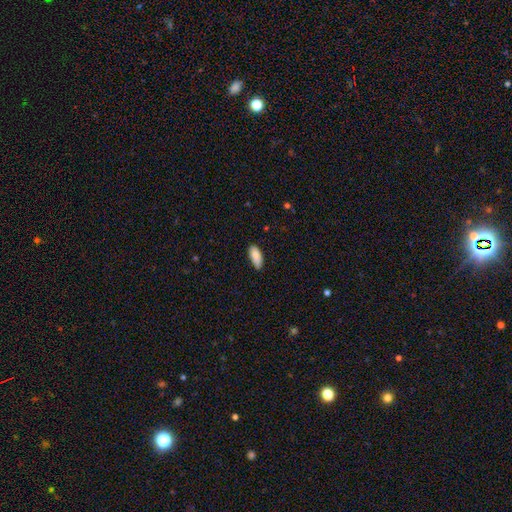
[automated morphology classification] Smooth or featured? Predicted: smooth (p=0.87). How rounded? Predicted: in between (p=0.84). Merging? Predicted: none (p=0.77).